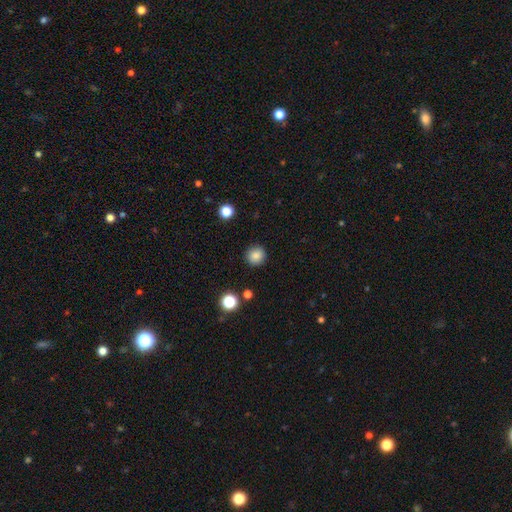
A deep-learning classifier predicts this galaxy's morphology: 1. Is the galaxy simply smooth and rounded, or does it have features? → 85% smooth, 11% star or artifact, 4% featured or disk.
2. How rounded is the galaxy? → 94% round, 5% in between, 1% cigar-shaped.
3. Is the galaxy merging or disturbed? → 91% none, 6% minor disturbance, 2% major disturbance, 1% merger.